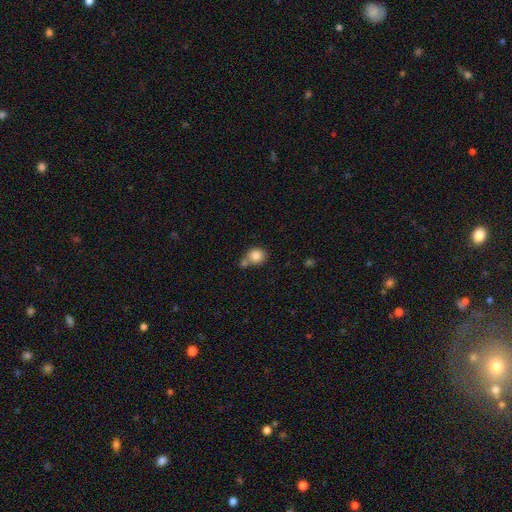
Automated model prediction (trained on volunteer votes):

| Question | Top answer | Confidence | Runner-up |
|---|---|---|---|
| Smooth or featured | smooth | 84% | star or artifact (9%) |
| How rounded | round | 85% | in between (14%) |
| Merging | none | 52% | merger (33%) |